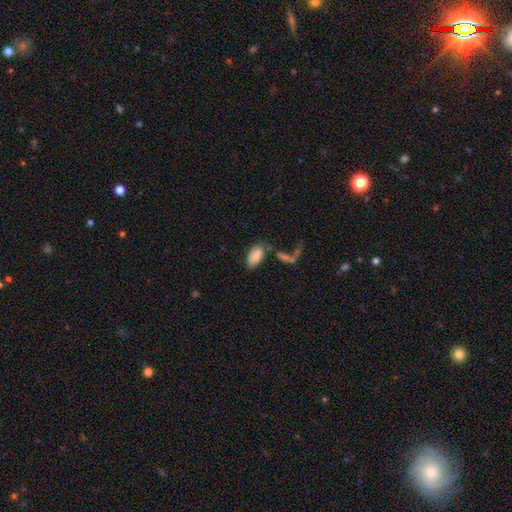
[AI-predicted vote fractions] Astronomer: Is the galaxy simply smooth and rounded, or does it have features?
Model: smooth — 81%.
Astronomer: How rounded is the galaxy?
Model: in between — 94%.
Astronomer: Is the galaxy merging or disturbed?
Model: none — 46% (runner-up: merger, 23%).